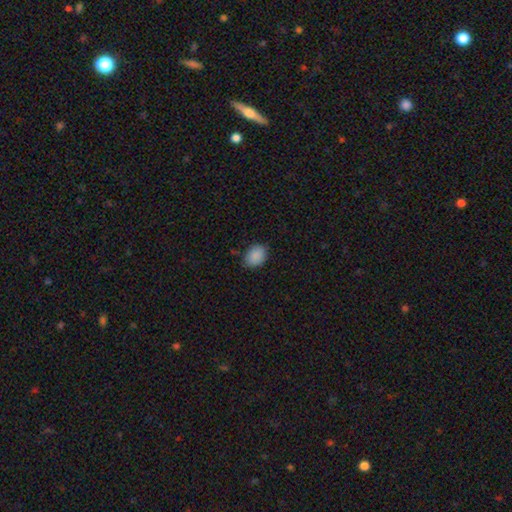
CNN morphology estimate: Smooth or featured? smooth (88%)
How rounded? in between (65%)
Merging? none (77%)